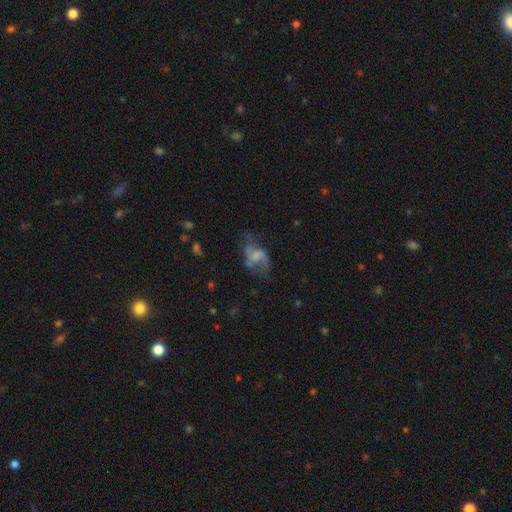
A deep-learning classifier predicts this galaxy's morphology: Smooth or featured: featured or disk — 58% (smooth — 31%)
Edge-on disk: no — 97% (yes — 3%)
Bar: no — 56% (weak — 36%)
Spiral arms: yes — 68% (no — 32%)
Bulge size: none — 34% (small — 31%)
Merging: none — 38% (major disturbance — 35%)